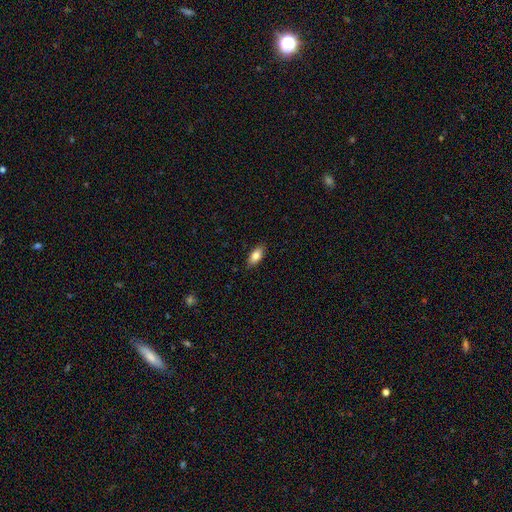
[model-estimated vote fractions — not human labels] The model was most divided on "smooth or featured": smooth: 82%, featured or disk: 11%, star or artifact: 7%. More confident: how rounded — in between (89%); merging — none (87%).